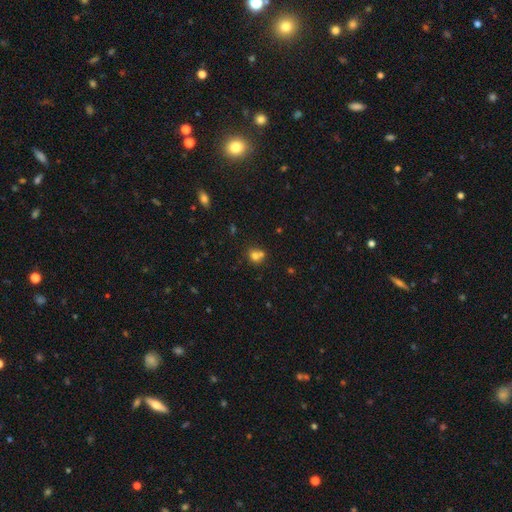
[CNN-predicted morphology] Smooth or featured? Predicted: smooth (p=0.71). How rounded? Predicted: round (p=0.81). Merging? Predicted: none (p=0.45).